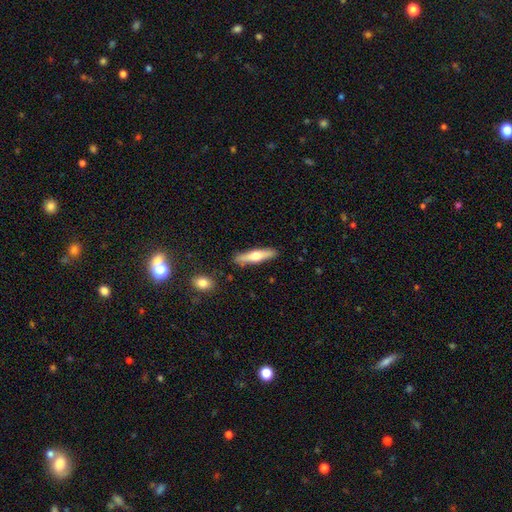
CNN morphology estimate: Smooth or featured? smooth (51%)
How rounded? cigar-shaped (80%)
Merging? none (87%)